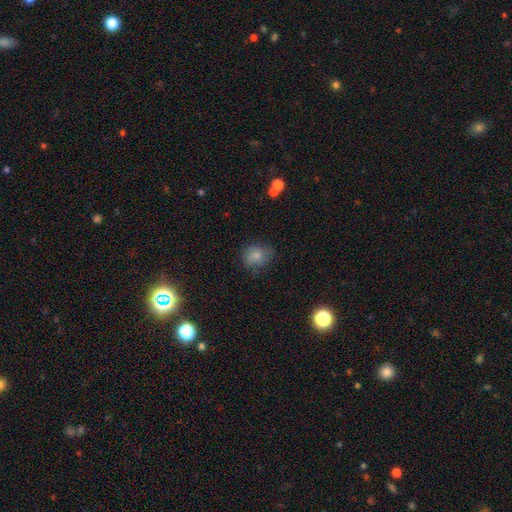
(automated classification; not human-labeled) The model was most divided on "how rounded": round: 64%, in between: 35%, cigar-shaped: 1%. More confident: smooth or featured — smooth (79%); merging — none (63%).